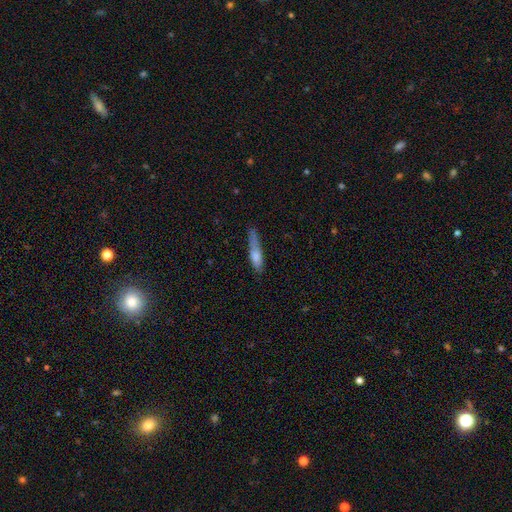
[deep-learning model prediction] A smooth galaxy with no disk features (71%) that is cigar-shaped (76%). Merging: none (52%).